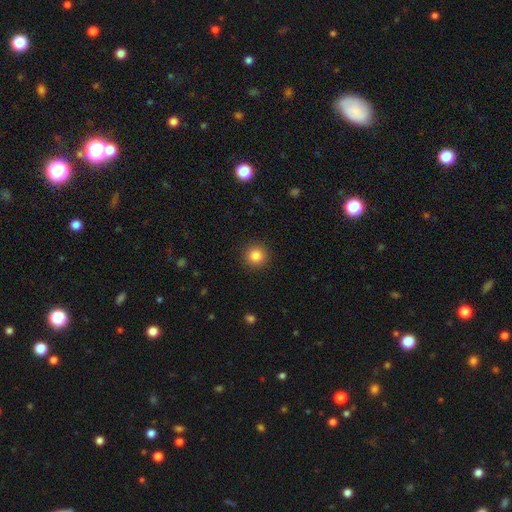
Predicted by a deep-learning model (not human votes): smooth 85%, star or artifact 10%, featured or disk 5%. Down the decision tree: how rounded — round (94%); merging — none (91%).